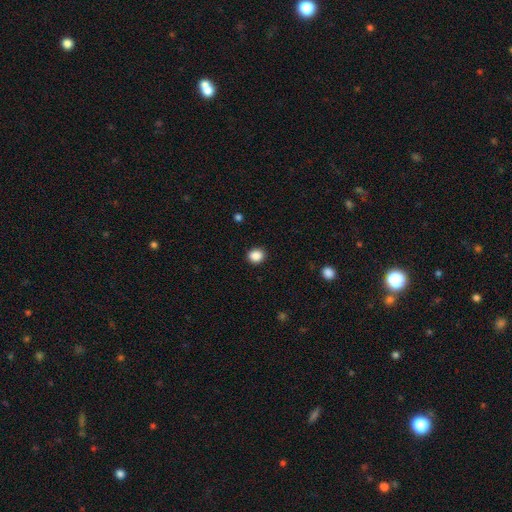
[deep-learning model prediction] Overall: smooth (88%). How rounded: round (73%). Merging: none (91%).